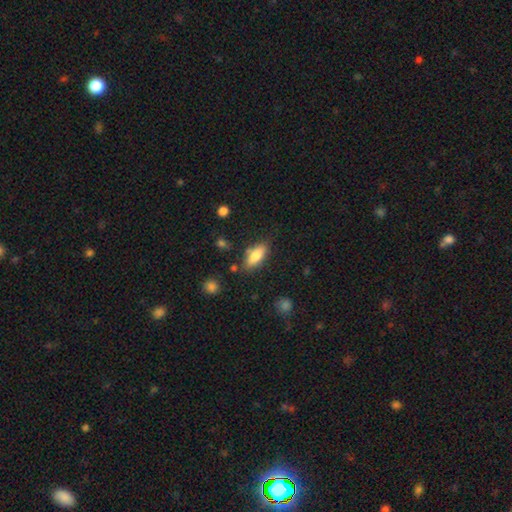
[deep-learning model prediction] smooth_or_featured: smooth (p=0.78) [alt: featured or disk p=0.15]
how_rounded: in between (p=0.77) [alt: cigar-shaped p=0.21]
merging: none (p=0.77) [alt: minor disturbance p=0.15]